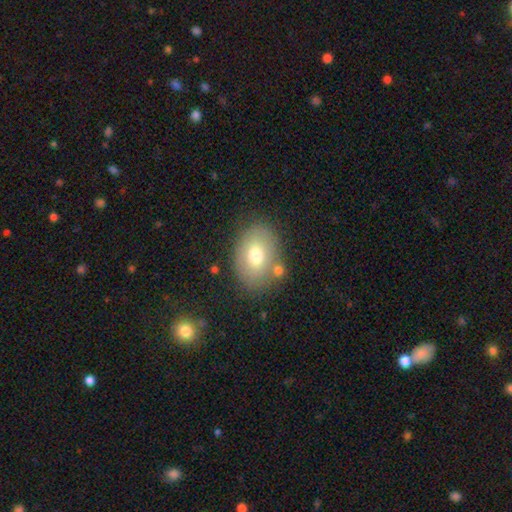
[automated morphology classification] smooth_or_featured: smooth (p=0.70) [alt: featured or disk p=0.21]
how_rounded: in between (p=0.80) [alt: round p=0.19]
merging: none (p=0.74) [alt: minor disturbance p=0.15]